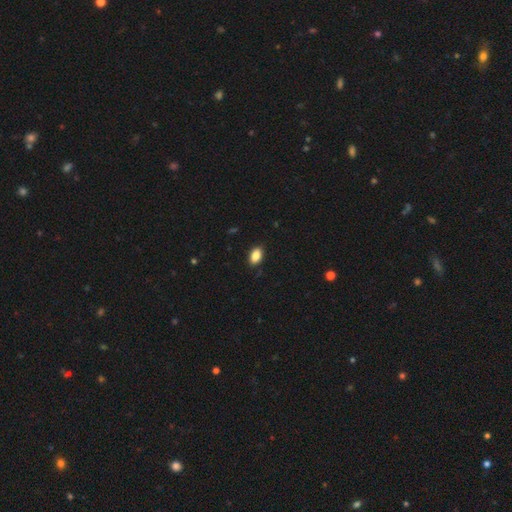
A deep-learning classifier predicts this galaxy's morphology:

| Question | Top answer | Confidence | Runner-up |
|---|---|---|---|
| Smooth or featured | smooth | 87% | star or artifact (8%) |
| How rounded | in between | 90% | round (8%) |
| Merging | none | 88% | minor disturbance (9%) |